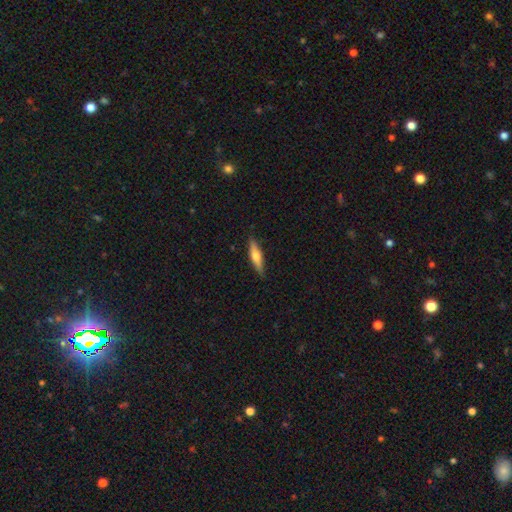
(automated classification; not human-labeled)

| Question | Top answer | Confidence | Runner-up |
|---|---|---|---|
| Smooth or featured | smooth | 50% | featured or disk (44%) |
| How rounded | cigar-shaped | 75% | in between (23%) |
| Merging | none | 88% | minor disturbance (9%) |